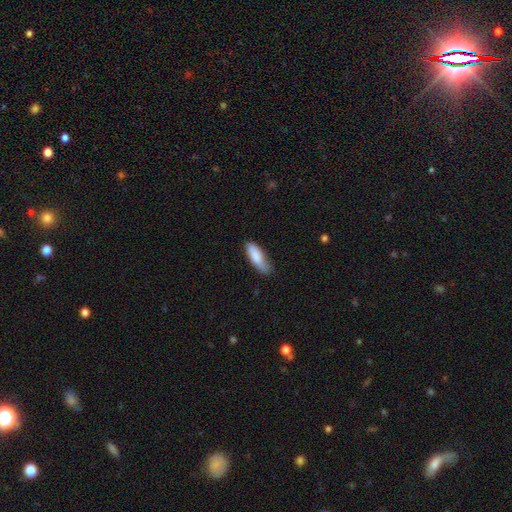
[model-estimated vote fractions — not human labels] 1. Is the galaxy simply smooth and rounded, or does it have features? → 84% smooth, 11% featured or disk, 6% star or artifact.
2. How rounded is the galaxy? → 51% in between, 48% cigar-shaped, 2% round.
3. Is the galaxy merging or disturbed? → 68% none, 26% minor disturbance, 4% major disturbance, 2% merger.